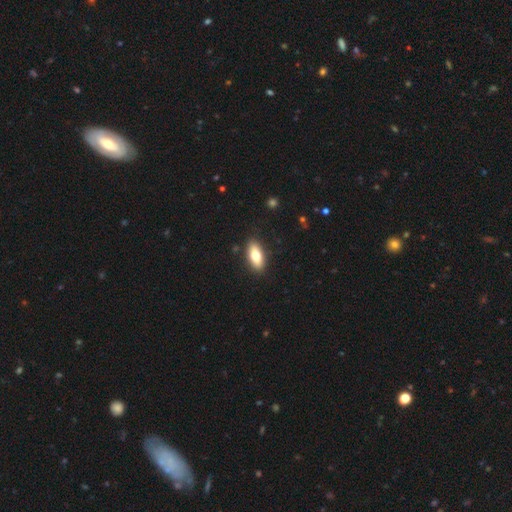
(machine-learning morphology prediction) A smooth galaxy with no disk features (73%) that is in between round and cigar-shaped (82%).

Vote fractions:
- Smooth or featured? smooth: 73% / featured or disk: 21% / star or artifact: 6%
- How rounded? in between: 82% / cigar-shaped: 15% / round: 3%
- Merging? none: 88% / minor disturbance: 8% / major disturbance: 2% / merger: 1%